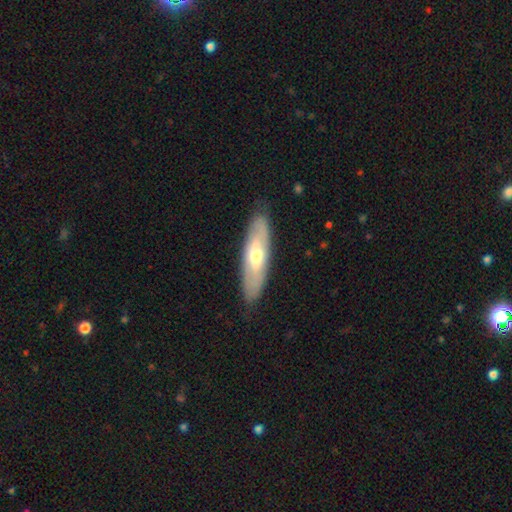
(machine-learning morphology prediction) smooth_or_featured: featured or disk (p=0.52) [alt: smooth p=0.43]
disk_edge_on: no (p=0.59) [alt: yes p=0.41]
merging: none (p=0.85) [alt: minor disturbance p=0.11]